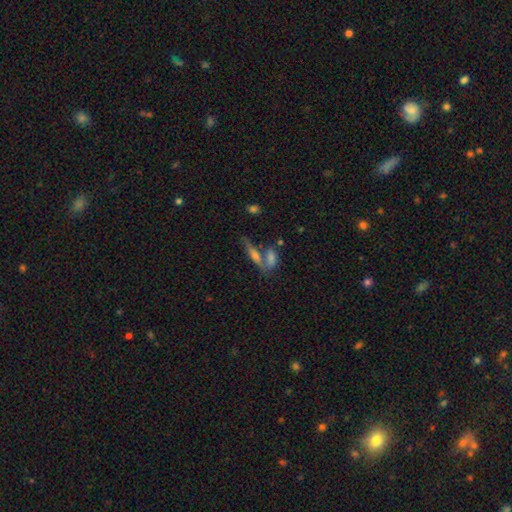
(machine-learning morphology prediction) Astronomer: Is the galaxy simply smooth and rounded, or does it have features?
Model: smooth — 46% (runner-up: featured or disk, 40%).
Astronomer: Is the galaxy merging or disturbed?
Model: none — 47% (runner-up: merger, 38%).